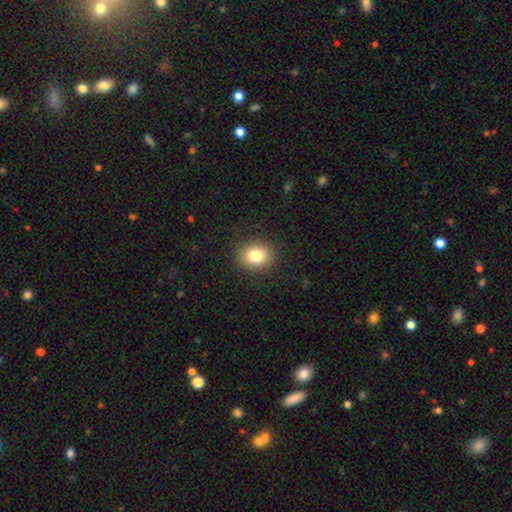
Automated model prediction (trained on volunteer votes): This appears to be a smooth galaxy with no disk features (82%) that is round (62%). Merging: none (88%).